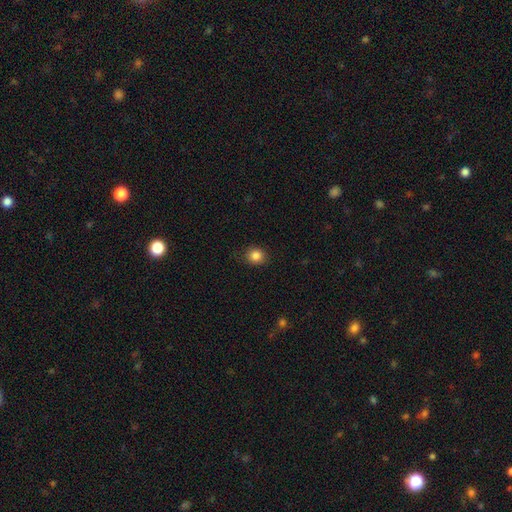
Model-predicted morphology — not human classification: A smooth galaxy with no disk features (85%) that is round (81%).

Vote fractions:
- Smooth or featured? smooth: 85% / star or artifact: 11% / featured or disk: 4%
- How rounded? round: 81% / in between: 19% / cigar-shaped: 1%
- Merging? none: 87% / minor disturbance: 9% / major disturbance: 2% / merger: 1%